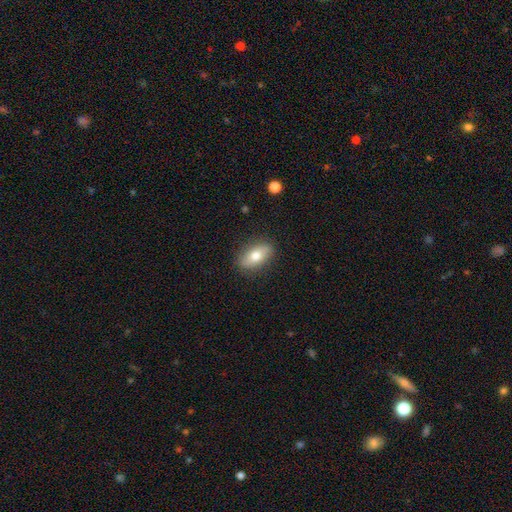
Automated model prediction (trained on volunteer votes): Morphology: type=smooth (70%); roundness=in between (85%); merging=none (86%).